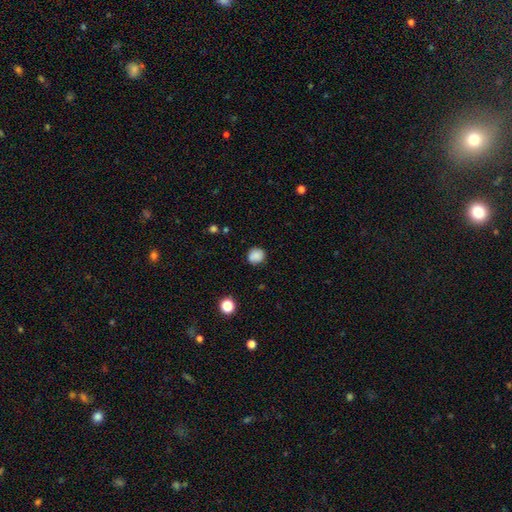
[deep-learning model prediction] A smooth galaxy with no disk features (86%) that is round (85%). Merging: none (83%).